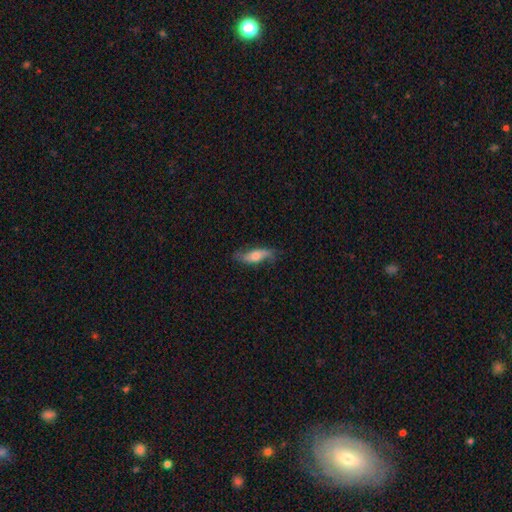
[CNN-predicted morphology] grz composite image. It shows a smooth galaxy with no disk features (47%, tied with featured or disk). Merging: none (72%).